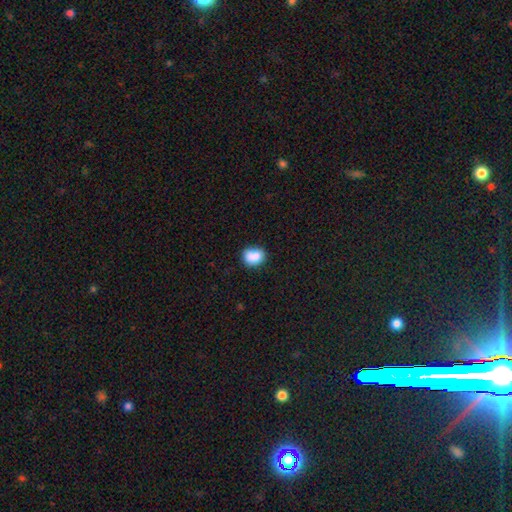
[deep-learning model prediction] smooth 84%, star or artifact 9%, featured or disk 7%. Down the decision tree: how rounded — in between (50%); merging — none (61%).